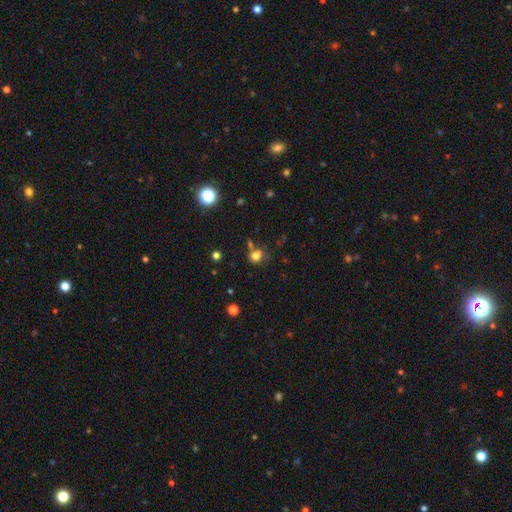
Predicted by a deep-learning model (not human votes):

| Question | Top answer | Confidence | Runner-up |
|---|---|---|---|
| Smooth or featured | smooth | 76% | star or artifact (15%) |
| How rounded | round | 70% | in between (29%) |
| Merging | none | 56% | merger (21%) |